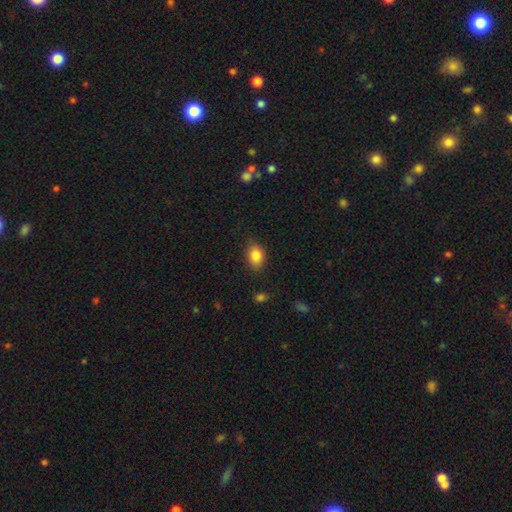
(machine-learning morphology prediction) Smooth or featured: smooth — 85% (star or artifact — 9%)
How rounded: in between — 80% (round — 18%)
Merging: none — 81% (minor disturbance — 15%)